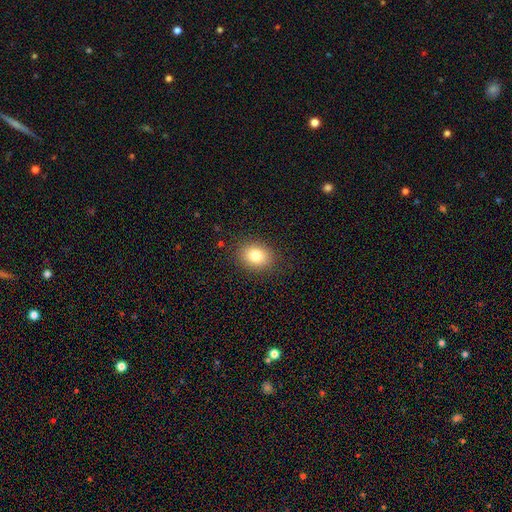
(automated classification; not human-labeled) This appears to be a smooth galaxy with no disk features (82%) that is in between round and cigar-shaped (58%). Merging: none (87%).